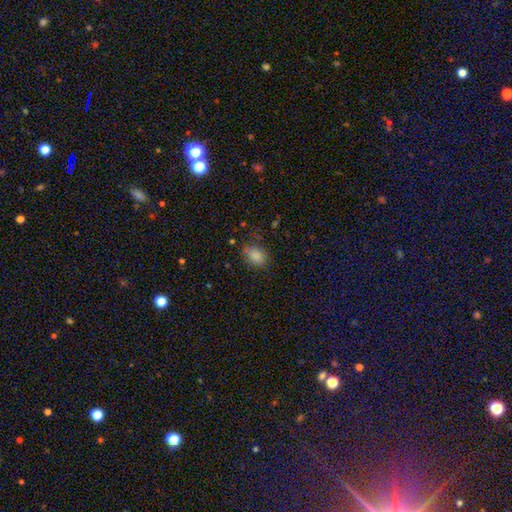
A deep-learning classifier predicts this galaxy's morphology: smooth-or-featured: smooth: 86% | star or artifact: 9% | featured or disk: 5%
  how-rounded: in between: 79% | round: 20% | cigar-shaped: 1%
  merging: none: 74% | minor disturbance: 19% | major disturbance: 6% | merger: 2%